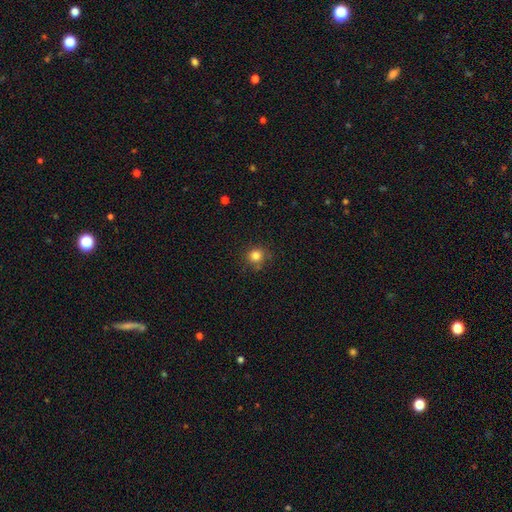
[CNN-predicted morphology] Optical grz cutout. It shows a smooth galaxy with no disk features (82%) that is round (91%). Merging: none (81%).